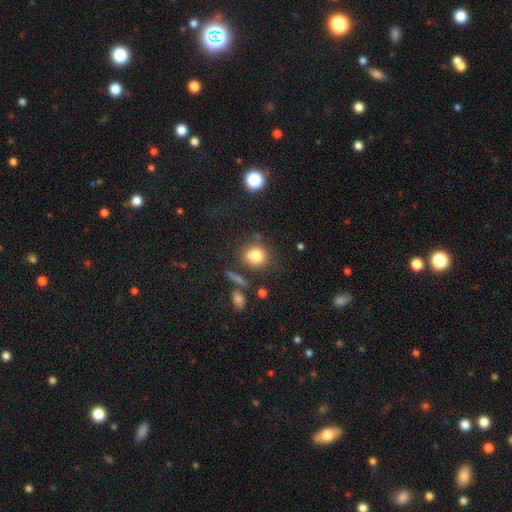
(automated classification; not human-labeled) smooth 80%, star or artifact 12%, featured or disk 9%. Down the decision tree: how rounded — round (79%); merging — none (74%).